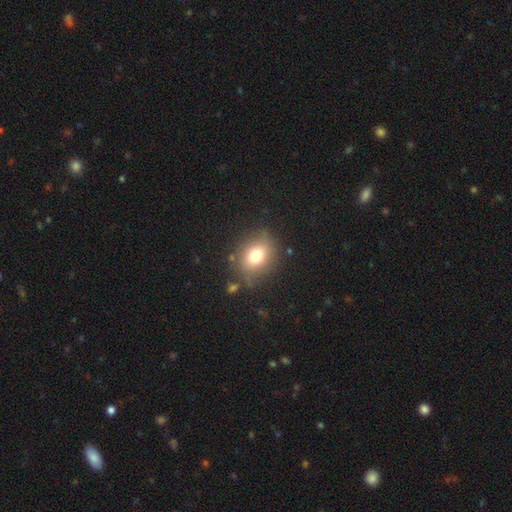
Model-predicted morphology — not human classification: Smooth or featured? smooth (75%)
How rounded? in between (51%)
Merging? none (78%)